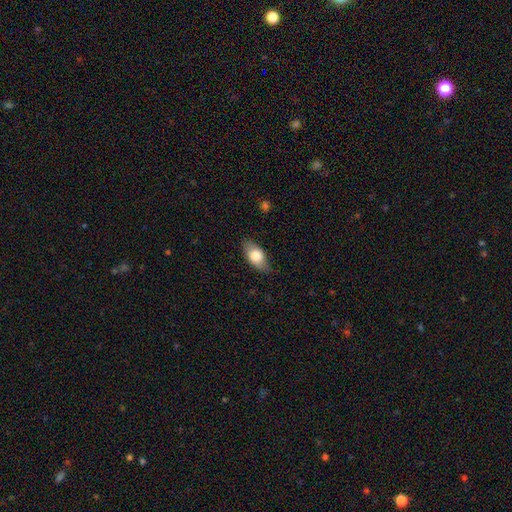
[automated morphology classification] The model was most divided on "smooth or featured": smooth: 74%, featured or disk: 20%, star or artifact: 6%. More confident: how rounded — in between (89%); merging — none (79%).